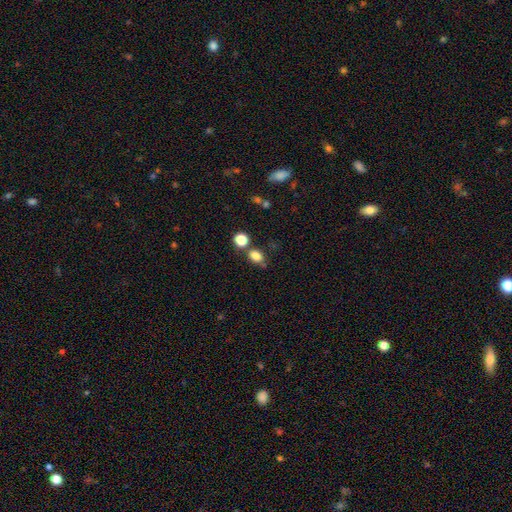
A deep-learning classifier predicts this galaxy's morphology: Smooth or featured?
  - smooth: 81% *
  - star or artifact: 13%
  - featured or disk: 6%
How rounded?
  - round: 50% *
  - in between: 49%
  - cigar-shaped: 1%
Merging?
  - none: 65% *
  - merger: 16%
  - minor disturbance: 14%
  - major disturbance: 5%